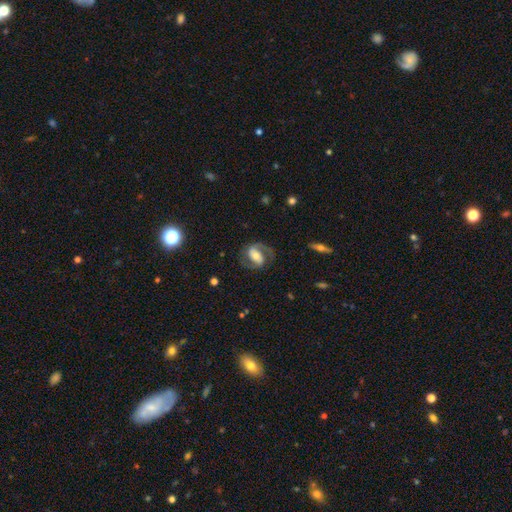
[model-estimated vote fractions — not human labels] Smooth or featured?
  - featured or disk: 79% *
  - smooth: 15%
  - star or artifact: 6%
Edge-on disk?
  - no: 97% *
  - yes: 3%
Bar?
  - strong: 41% *
  - weak: 36%
  - no: 24%
Spiral arms?
  - yes: 93% *
  - no: 7%
Spiral winding?
  - medium: 54% *
  - tight: 25%
  - loose: 22%
Spiral arm count?
  - 2: 87% *
  - 1: 6%
  - can't tell: 4%
  - 3: 1%
  - 4: 1%
  - more than 4: 1%
Bulge size?
  - moderate: 56% *
  - small: 28%
  - large: 12%
  - none: 2%
  - dominant: 2%
Merging?
  - none: 75% *
  - minor disturbance: 14%
  - major disturbance: 10%
  - merger: 1%